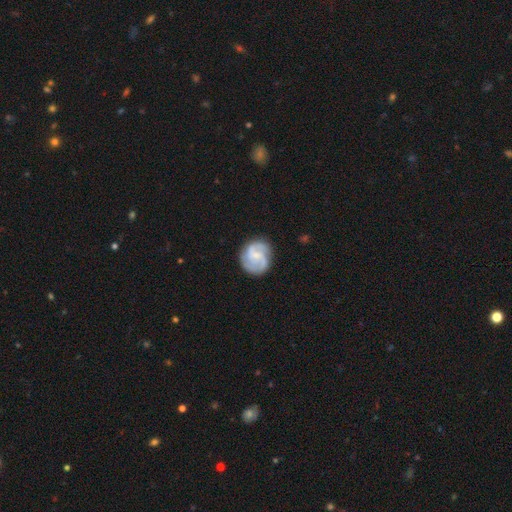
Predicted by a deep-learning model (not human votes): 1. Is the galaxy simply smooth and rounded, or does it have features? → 80% featured or disk, 15% smooth, 5% star or artifact.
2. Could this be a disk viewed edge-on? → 98% no, 2% yes.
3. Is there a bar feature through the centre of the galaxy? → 47% no, 45% weak, 9% strong.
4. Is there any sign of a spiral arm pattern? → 96% yes, 4% no.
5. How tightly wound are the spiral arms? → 50% medium, 34% tight, 16% loose.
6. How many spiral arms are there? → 40% 3, 37% 2, 10% can't tell, 5% 4, 4% 1, 3% more than 4.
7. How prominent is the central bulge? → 51% small, 26% none, 20% moderate, 2% large, 1% dominant.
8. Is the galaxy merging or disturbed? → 79% none, 15% minor disturbance, 5% major disturbance, 1% merger.